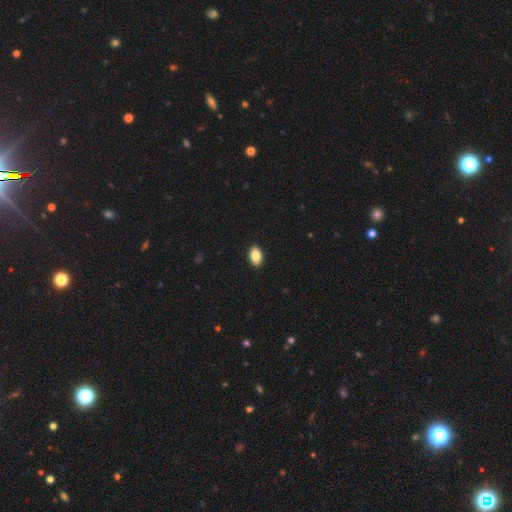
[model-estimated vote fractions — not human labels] This appears to be a smooth galaxy with no disk features (85%) that is in between round and cigar-shaped (90%). Merging: none (91%).